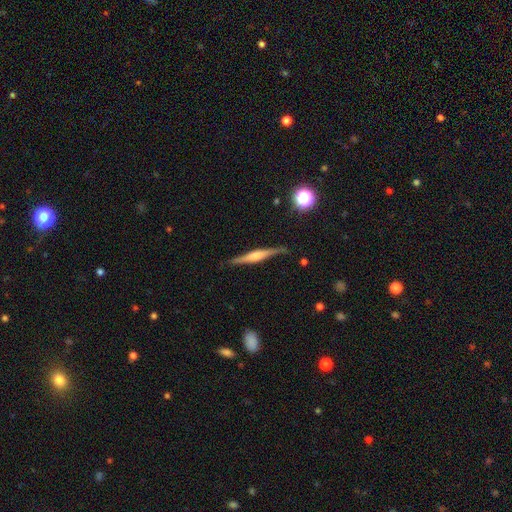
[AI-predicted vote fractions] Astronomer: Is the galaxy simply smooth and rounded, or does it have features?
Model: featured or disk — 66%.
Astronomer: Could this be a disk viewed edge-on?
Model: yes — 97%.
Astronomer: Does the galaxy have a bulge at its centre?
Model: rounded — 58%.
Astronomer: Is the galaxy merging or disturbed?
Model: none — 83%.